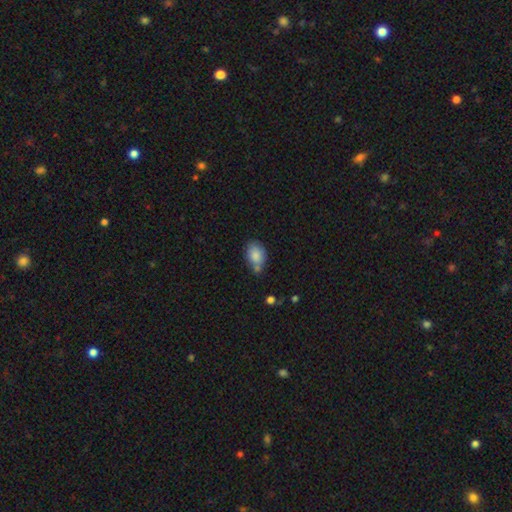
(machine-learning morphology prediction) smooth_or_featured: smooth (p=0.83) [alt: featured or disk p=0.09]
how_rounded: in between (p=0.75) [alt: round p=0.24]
merging: none (p=0.55) [alt: minor disturbance p=0.23]